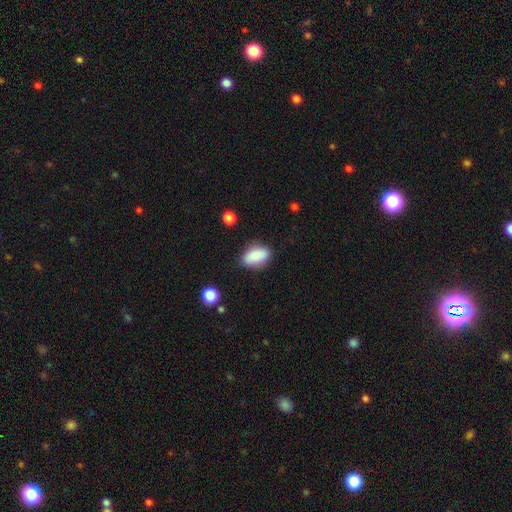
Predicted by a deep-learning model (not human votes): smooth_or_featured: smooth (p=0.86) [alt: star or artifact p=0.07]
how_rounded: in between (p=0.89) [alt: round p=0.07]
merging: none (p=0.79) [alt: minor disturbance p=0.16]